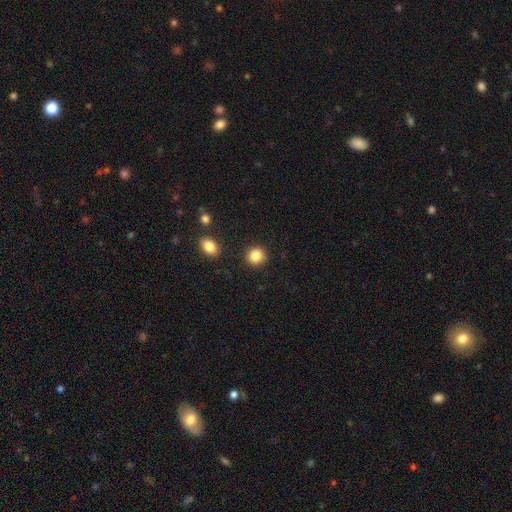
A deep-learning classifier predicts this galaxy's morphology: Overall: smooth (86%). How rounded: round (88%). Merging: none (89%).